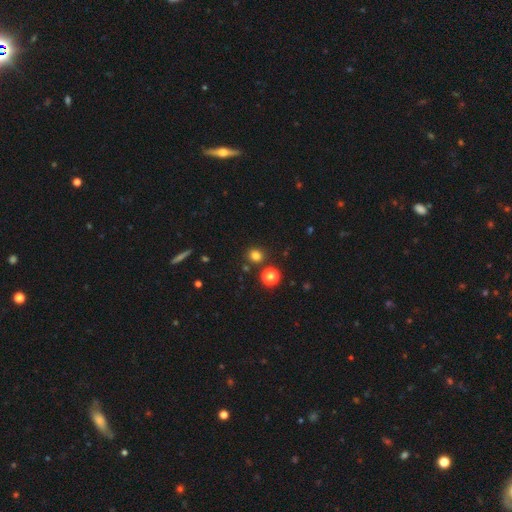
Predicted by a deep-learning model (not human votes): This is likely a smooth galaxy (78%). How rounded: clearly round (81%). Merging: clearly none (84%).